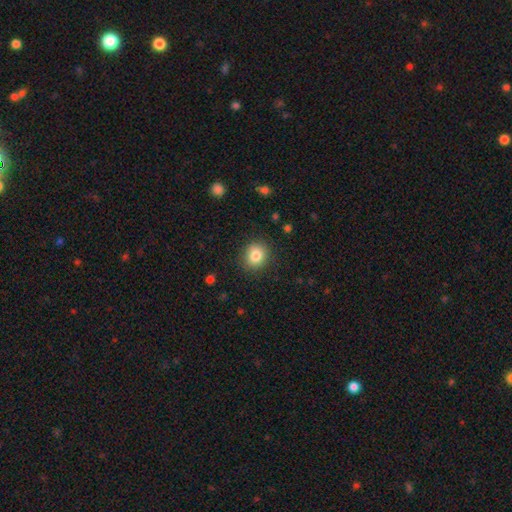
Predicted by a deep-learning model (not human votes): A smooth galaxy with no disk features (83%) that is round (76%).

Vote fractions:
- Smooth or featured? smooth: 83% / star or artifact: 10% / featured or disk: 7%
- How rounded? round: 76% / in between: 23% / cigar-shaped: 1%
- Merging? none: 87% / minor disturbance: 10% / major disturbance: 3% / merger: 1%